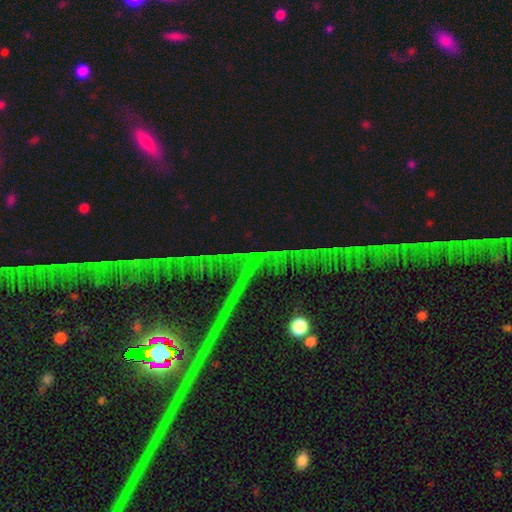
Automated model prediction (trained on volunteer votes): smooth-or-featured: star or artifact: 83% | featured or disk: 10% | smooth: 7%